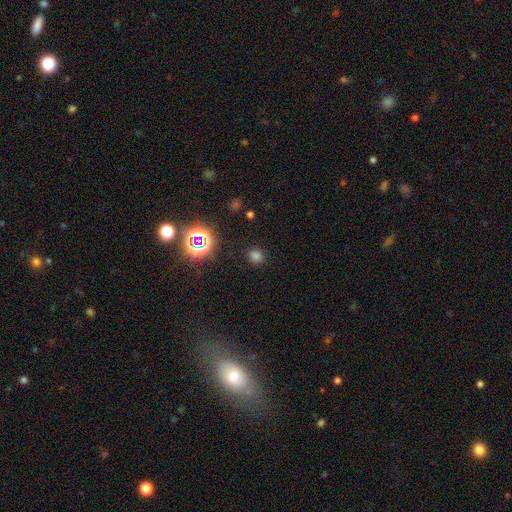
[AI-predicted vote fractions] This is likely a smooth galaxy (71%). How rounded: likely round (77%). Merging: clearly none (88%).